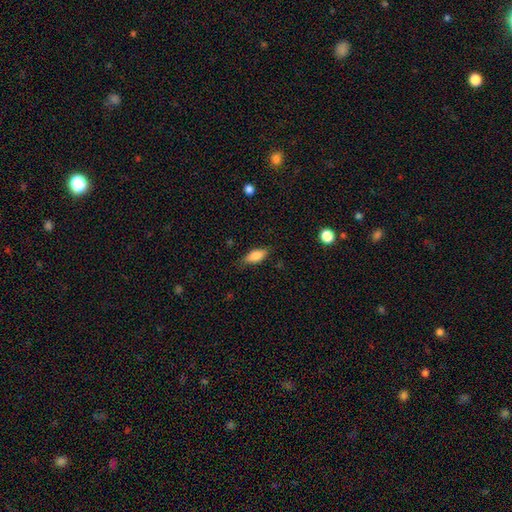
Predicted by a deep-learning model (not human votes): This appears to be a smooth galaxy with no disk features (83%) that is in between round and cigar-shaped (83%). Merging: none (79%).